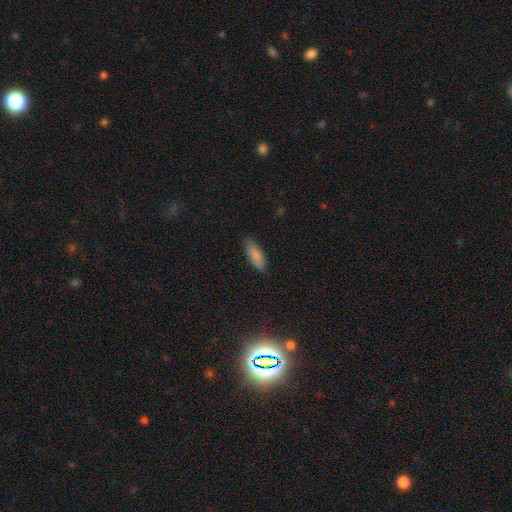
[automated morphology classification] This appears to be a smooth galaxy with no disk features (86%) that is in between round and cigar-shaped (68%). Merging: none (81%).